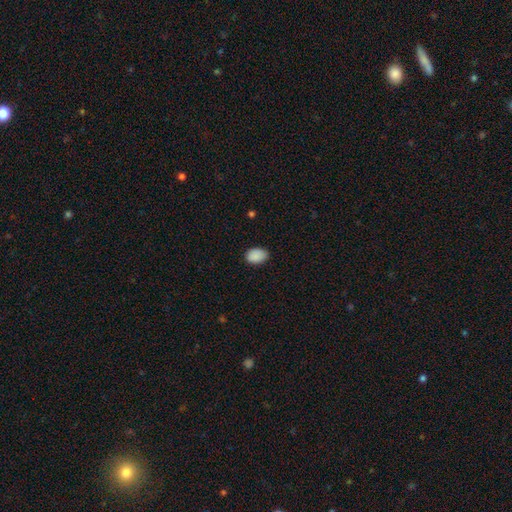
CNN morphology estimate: Q: Smooth or featured?
A: smooth (89%); runner-up: star or artifact (7%)
Q: How rounded?
A: in between (83%); runner-up: round (16%)
Q: Merging?
A: none (80%); runner-up: minor disturbance (16%)